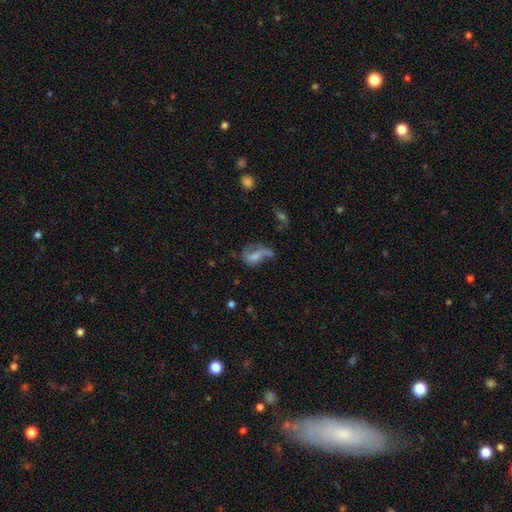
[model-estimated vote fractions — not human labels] Overall: smooth (48%; featured or disk 40%). Merging: major disturbance (38%; none 26%).